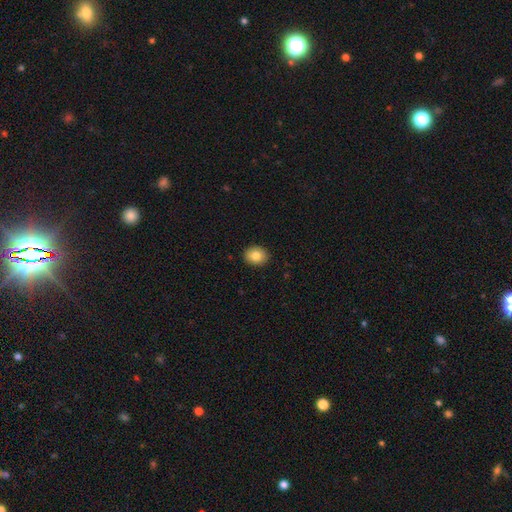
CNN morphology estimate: type=smooth (83%); roundness=round (50%); merging=none (91%).